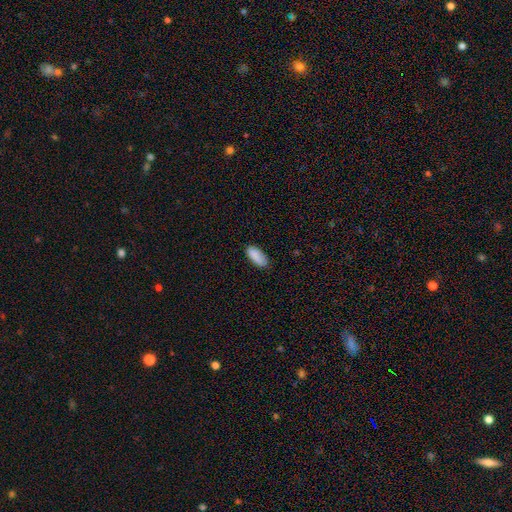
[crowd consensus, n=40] Smooth or featured: smooth — 92% (star or artifact — 8%)
How rounded: in between — 89% (cigar-shaped — 8%)
Merging: none — 86% (minor disturbance — 11%)